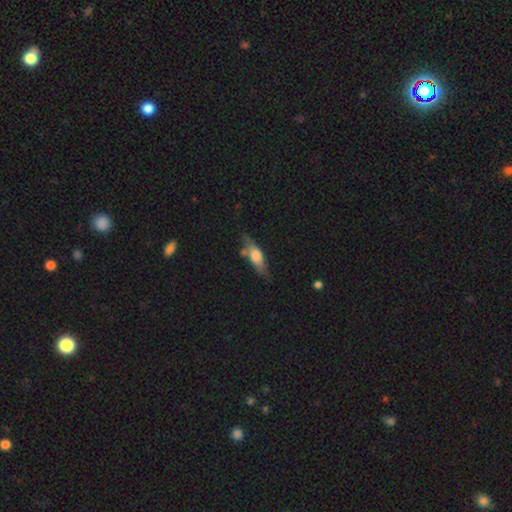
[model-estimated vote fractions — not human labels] This appears to be a smooth galaxy with no disk features (54%) that is in between round and cigar-shaped (51%). Merging: none (62%).